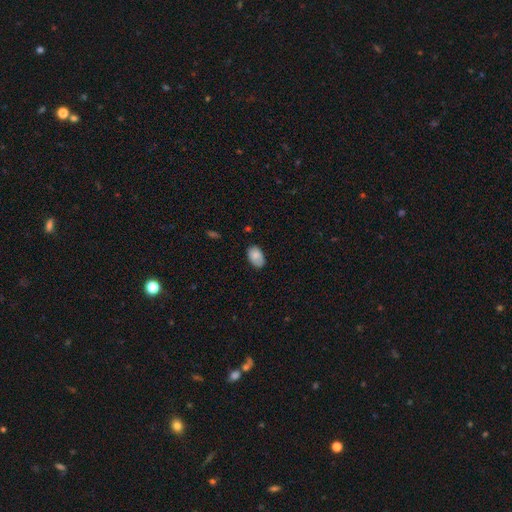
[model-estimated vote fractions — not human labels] This appears to be a smooth galaxy with no disk features (81%) that is in between round and cigar-shaped (91%). Merging: none (74%).